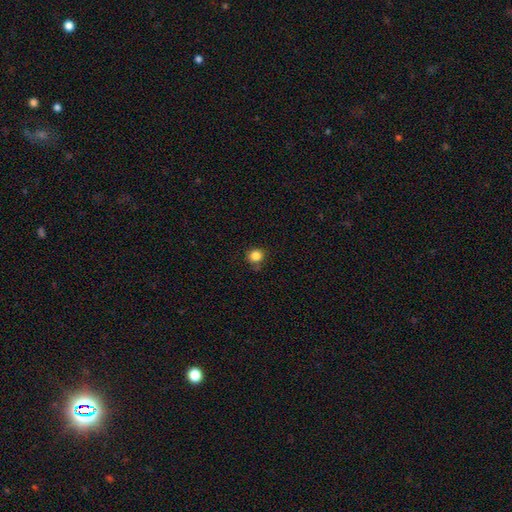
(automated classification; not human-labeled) The model was most divided on "merging": none: 80%, minor disturbance: 14%, major disturbance: 3%, merger: 3%. More confident: how rounded — round (89%); smooth or featured — smooth (84%).